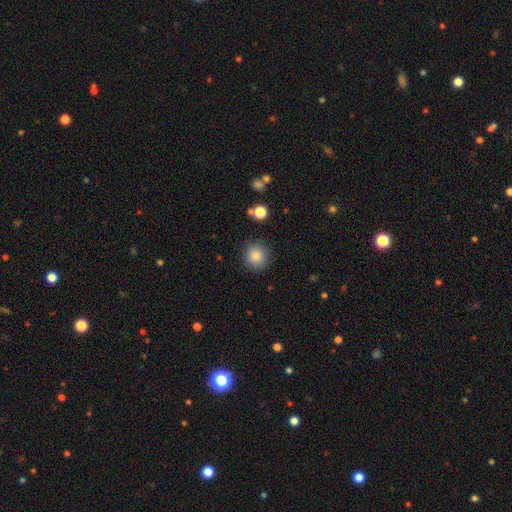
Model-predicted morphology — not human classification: Q: Smooth or featured?
A: smooth (84%); runner-up: star or artifact (10%)
Q: How rounded?
A: round (93%); runner-up: in between (6%)
Q: Merging?
A: none (88%); runner-up: minor disturbance (7%)